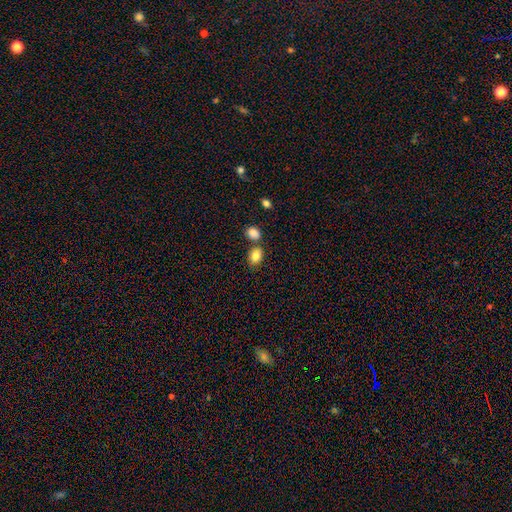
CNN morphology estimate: Overall: smooth (85%). How rounded: in between (78%). Merging: none (63%; merger 23%).